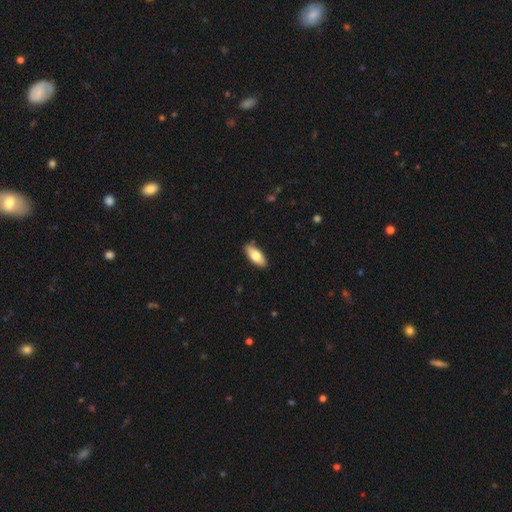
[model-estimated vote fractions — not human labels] Smooth or featured?
  - smooth: 72% *
  - featured or disk: 22%
  - star or artifact: 6%
How rounded?
  - in between: 82% *
  - cigar-shaped: 16%
  - round: 2%
Merging?
  - none: 88% *
  - minor disturbance: 9%
  - major disturbance: 2%
  - merger: 1%